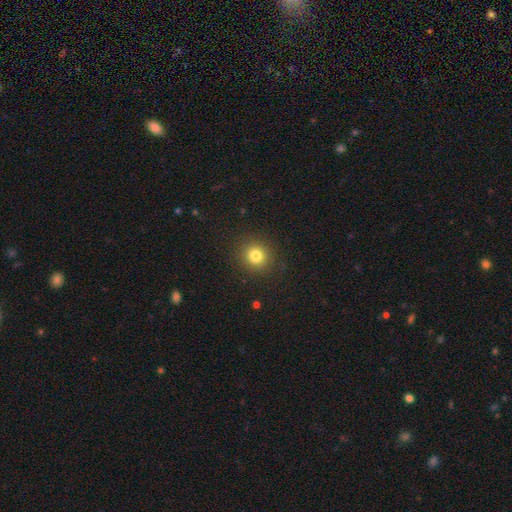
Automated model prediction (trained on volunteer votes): This appears to be a smooth galaxy with no disk features (81%) that is round (89%). Merging: none (90%).